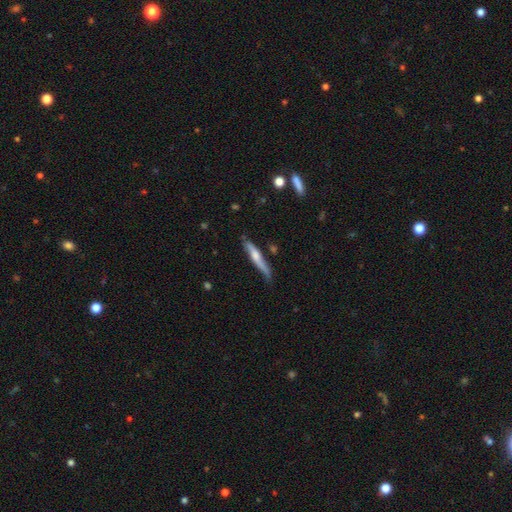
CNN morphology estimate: Smooth or featured: smooth — 47% (tied with featured or disk — 47%)
Merging: none — 69% (minor disturbance — 23%)